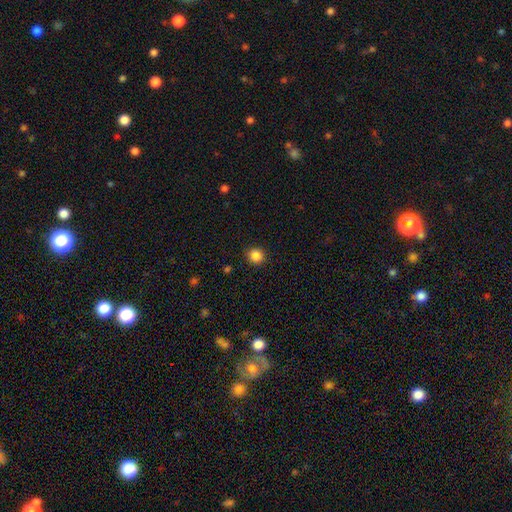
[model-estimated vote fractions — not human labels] A smooth galaxy with no disk features (86%) that is round (90%).

Vote fractions:
- Smooth or featured? smooth: 86% / star or artifact: 11% / featured or disk: 3%
- How rounded? round: 90% / in between: 9% / cigar-shaped: 1%
- Merging? none: 91% / minor disturbance: 6% / major disturbance: 2% / merger: 1%